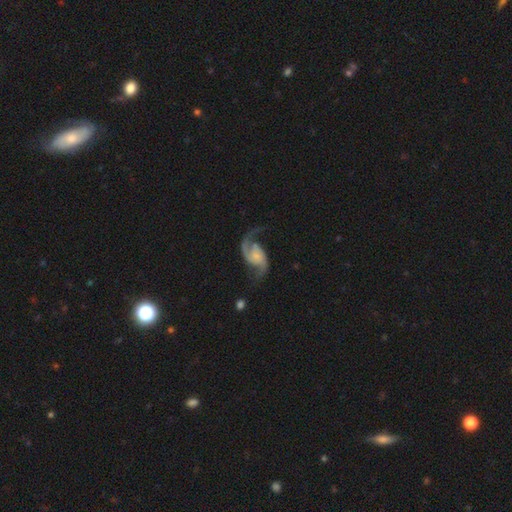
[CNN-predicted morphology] Q: Smooth or featured?
A: featured or disk (90%); runner-up: smooth (6%)
Q: Edge-on disk?
A: no (98%); runner-up: yes (2%)
Q: Bar?
A: no (62%); runner-up: weak (29%)
Q: Spiral arms?
A: yes (97%); runner-up: no (3%)
Q: Spiral winding?
A: loose (62%); runner-up: medium (31%)
Q: Spiral arm count?
A: 2 (91%); runner-up: 1 (4%)
Q: Bulge size?
A: small (45%); runner-up: none (30%)
Q: Merging?
A: none (64%); runner-up: minor disturbance (17%)